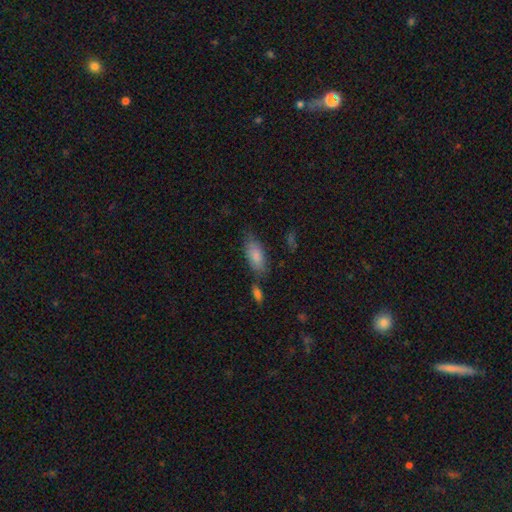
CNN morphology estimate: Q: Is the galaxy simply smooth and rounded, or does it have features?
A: smooth — 83%.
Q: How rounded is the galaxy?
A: in between — 84%.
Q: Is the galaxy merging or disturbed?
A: none — 62%.